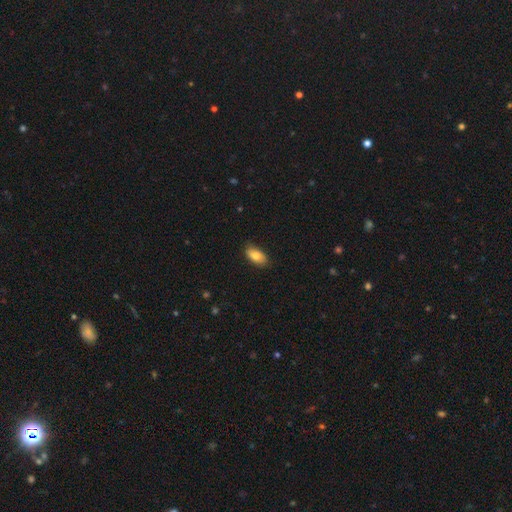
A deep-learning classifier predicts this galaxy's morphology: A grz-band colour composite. It shows a smooth galaxy with no disk features (81%) that is in between round and cigar-shaped (93%). Merging: none (83%).